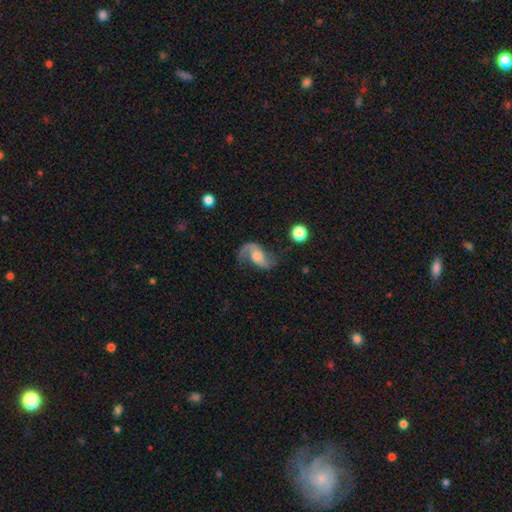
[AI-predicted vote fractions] The model was most divided on "bar": no: 51%, weak: 37%, strong: 12%. Remaining: edge-on disk — no (97%); spiral arms — yes (96%); spiral arm count — 2 (90%); smooth or featured — featured or disk (85%); merging — none (70%); spiral winding — loose (63%); bulge size — moderate (48%).